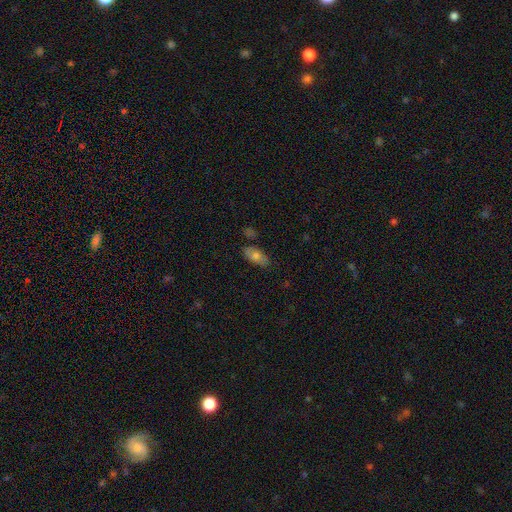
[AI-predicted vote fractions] Smooth or featured: smooth — 70% (featured or disk — 22%)
How rounded: in between — 87% (cigar-shaped — 10%)
Merging: none — 77% (minor disturbance — 16%)